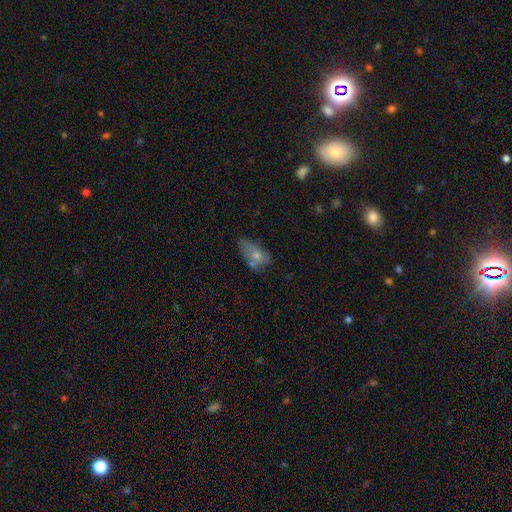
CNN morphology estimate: This is likely a smooth galaxy (69%). How rounded: clearly in between (87%). Merging: marginally none (37%).